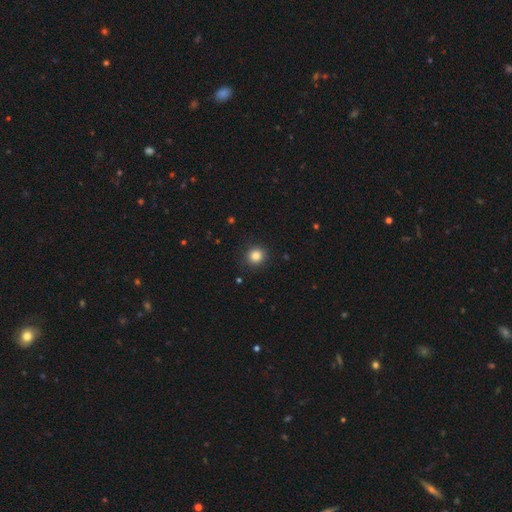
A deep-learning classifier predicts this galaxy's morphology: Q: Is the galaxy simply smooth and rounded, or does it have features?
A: smooth — 84%.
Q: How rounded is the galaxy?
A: round — 92%.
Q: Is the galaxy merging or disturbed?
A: none — 90%.